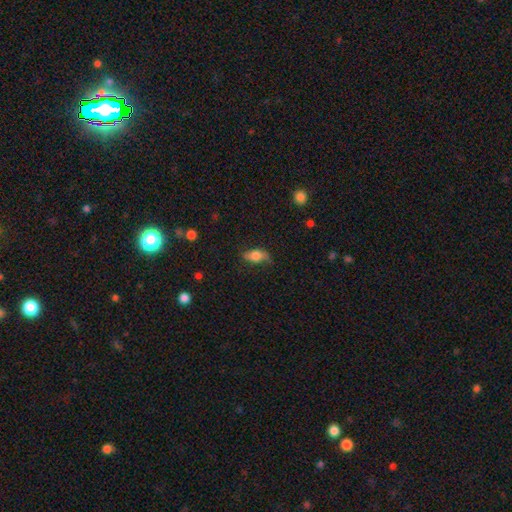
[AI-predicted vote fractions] smooth 65%, featured or disk 27%, star or artifact 8%. Down the decision tree: how rounded — in between (84%); merging — none (67%).